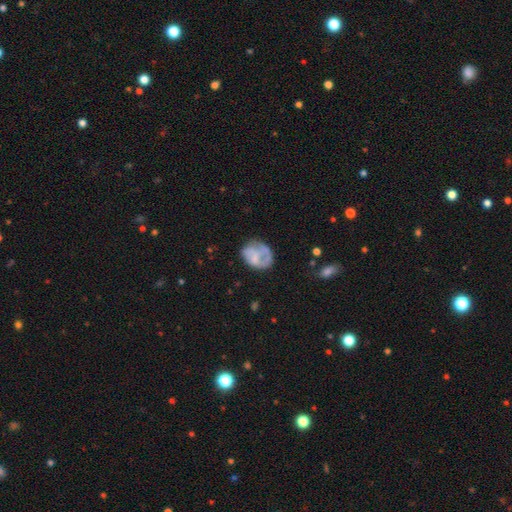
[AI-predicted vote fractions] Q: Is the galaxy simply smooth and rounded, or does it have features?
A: smooth — 48%.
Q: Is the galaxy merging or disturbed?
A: none — 47%.